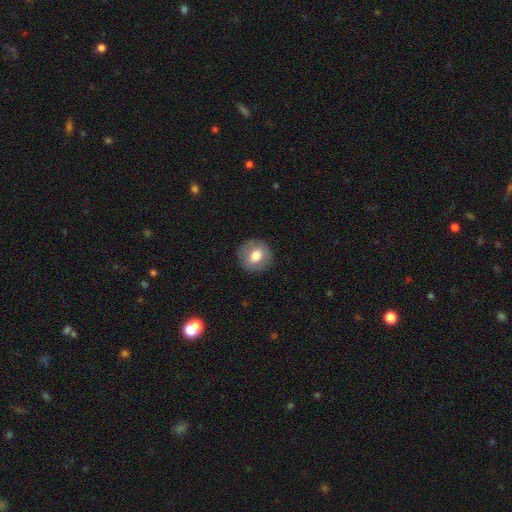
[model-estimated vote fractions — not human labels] Overall: smooth (72%). How rounded: round (86%). Merging: none (88%).